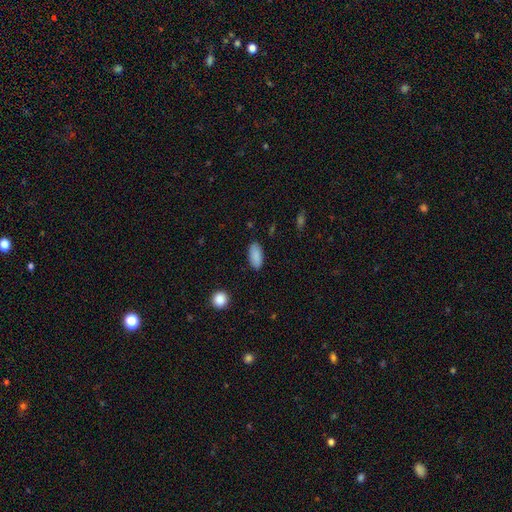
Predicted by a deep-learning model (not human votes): The model was most divided on "merging": none: 87%, minor disturbance: 9%, major disturbance: 2%, merger: 1%. More confident: how rounded — in between (91%); smooth or featured — smooth (89%).